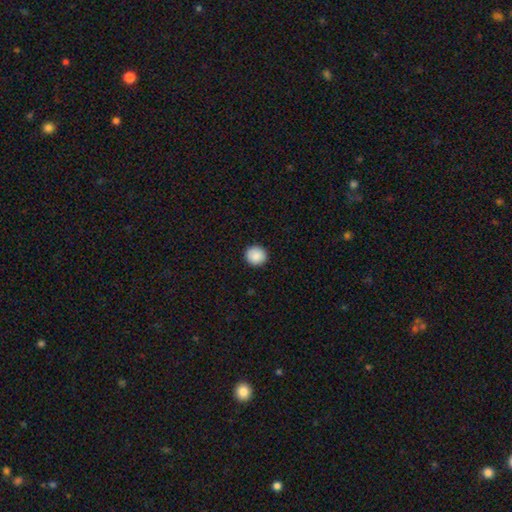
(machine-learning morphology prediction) Q: Smooth or featured?
A: smooth (89%); runner-up: star or artifact (8%)
Q: How rounded?
A: round (91%); runner-up: in between (8%)
Q: Merging?
A: none (92%); runner-up: minor disturbance (5%)